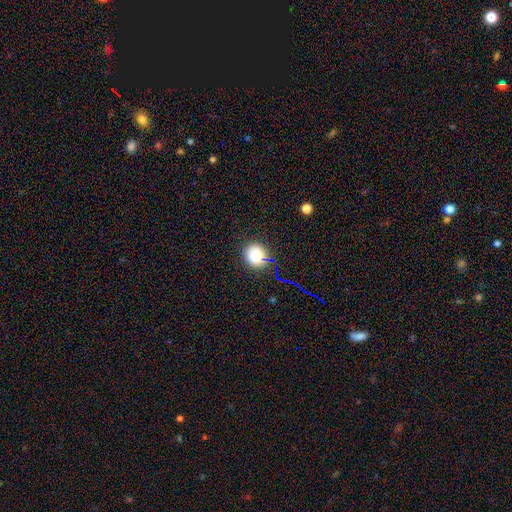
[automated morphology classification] A smooth galaxy with no disk features (80%) that is round (85%). Merging: none (83%).